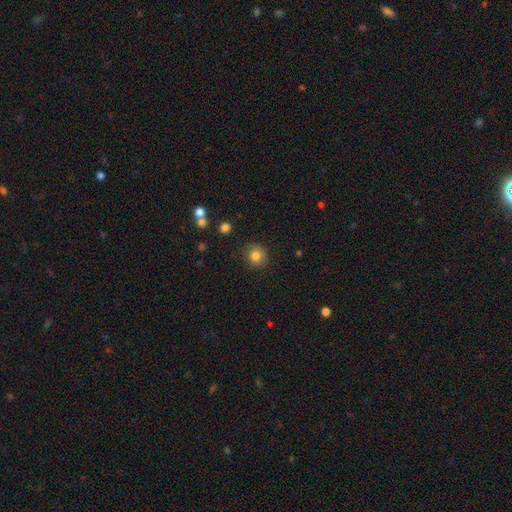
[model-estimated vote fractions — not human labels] Q: Smooth or featured?
A: smooth (81%); runner-up: star or artifact (10%)
Q: How rounded?
A: round (84%); runner-up: in between (15%)
Q: Merging?
A: none (83%); runner-up: minor disturbance (13%)